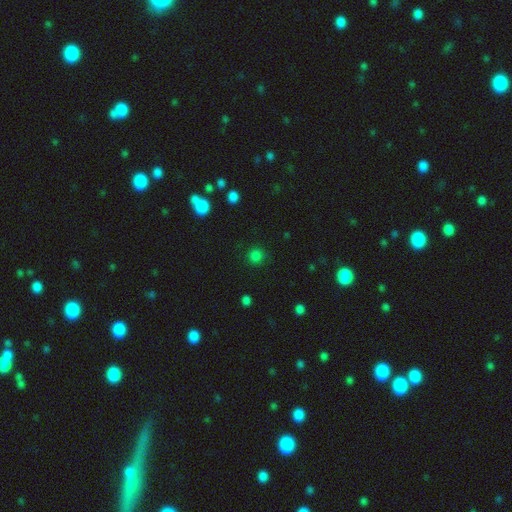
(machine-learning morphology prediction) Overall: smooth (80%). How rounded: round (92%). Merging: none (87%).